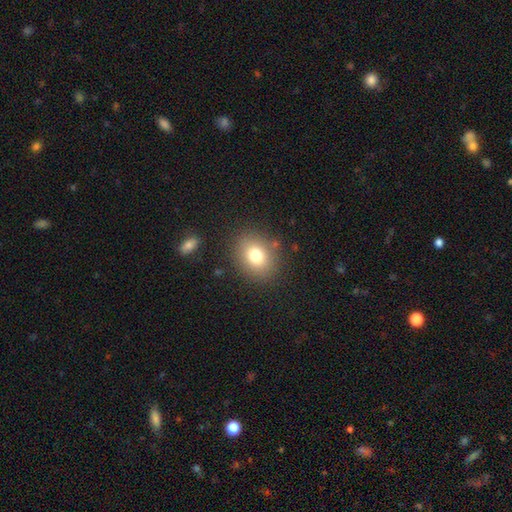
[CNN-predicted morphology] Q: Smooth or featured?
A: smooth (78%); runner-up: star or artifact (11%)
Q: How rounded?
A: round (52%); runner-up: in between (47%)
Q: Merging?
A: none (84%); runner-up: minor disturbance (10%)